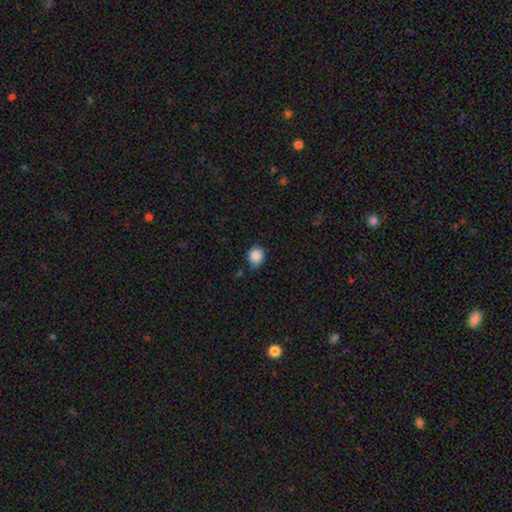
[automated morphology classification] Smooth or featured: smooth — 87% (star or artifact — 9%)
How rounded: round — 71% (in between — 28%)
Merging: none — 69% (minor disturbance — 24%)